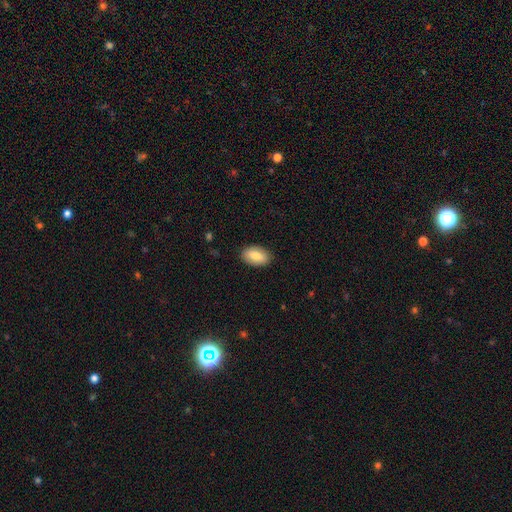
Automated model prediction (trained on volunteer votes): A smooth galaxy with no disk features (81%) that is in between round and cigar-shaped (93%).

Vote fractions:
- Smooth or featured? smooth: 81% / featured or disk: 12% / star or artifact: 6%
- How rounded? in between: 93% / round: 6% / cigar-shaped: 2%
- Merging? none: 88% / minor disturbance: 9% / major disturbance: 2% / merger: 1%